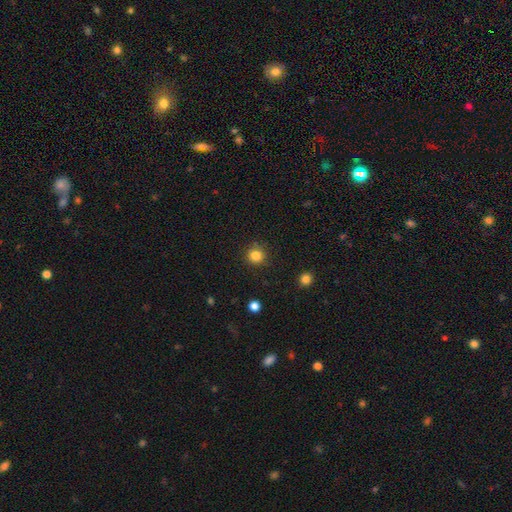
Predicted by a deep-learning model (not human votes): smooth_or_featured: smooth (p=0.84) [alt: star or artifact p=0.12]
how_rounded: round (p=0.93) [alt: in between p=0.06]
merging: none (p=0.87) [alt: minor disturbance p=0.08]